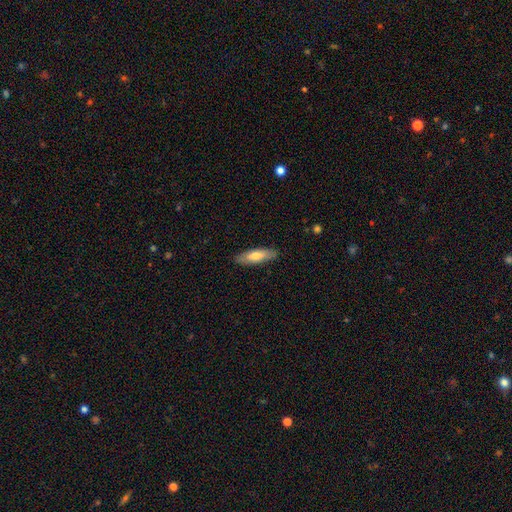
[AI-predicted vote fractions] Q: Smooth or featured?
A: smooth (69%); runner-up: featured or disk (25%)
Q: How rounded?
A: in between (52%); runner-up: cigar-shaped (46%)
Q: Merging?
A: none (87%); runner-up: minor disturbance (10%)